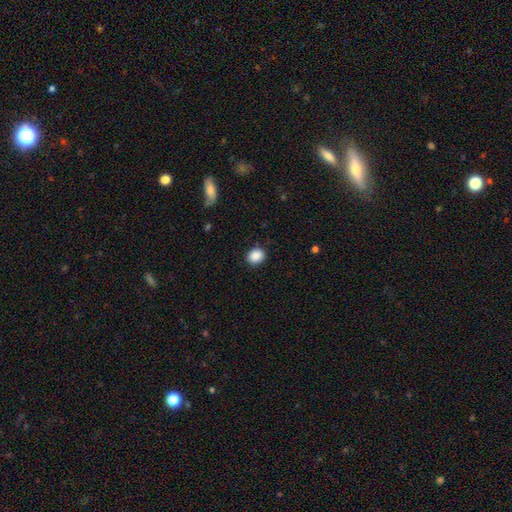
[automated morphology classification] smooth 89%, star or artifact 8%, featured or disk 3%. Down the decision tree: how rounded — round (67%); merging — none (88%).